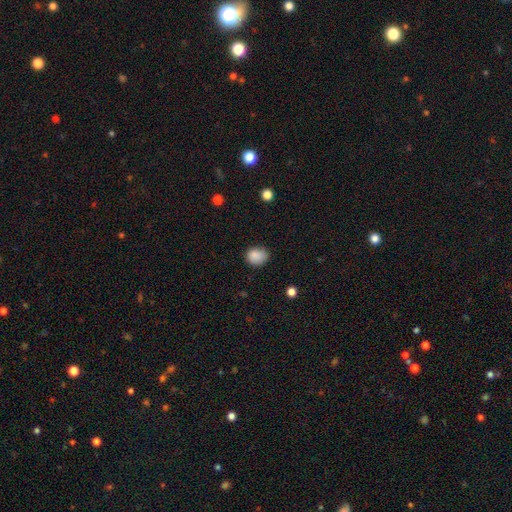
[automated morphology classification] type=smooth (86%); roundness=round (58%); merging=none (68%).